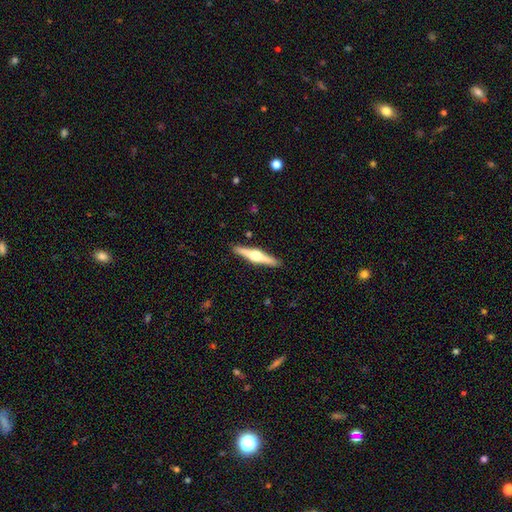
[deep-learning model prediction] Smooth or featured?
  - featured or disk: 73% *
  - smooth: 22%
  - star or artifact: 5%
Edge-on disk?
  - yes: 98% *
  - no: 2%
Edge-on bulge?
  - rounded: 95% *
  - boxy: 4%
  - none: 2%
Merging?
  - none: 91% *
  - minor disturbance: 7%
  - major disturbance: 1%
  - merger: 1%